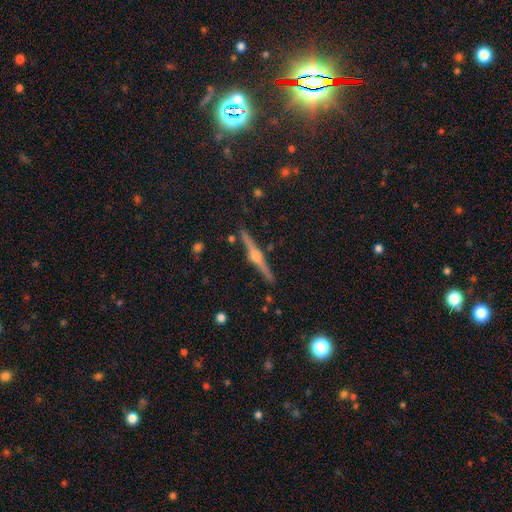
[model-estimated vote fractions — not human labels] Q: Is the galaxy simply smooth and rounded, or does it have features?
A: featured or disk — 84%.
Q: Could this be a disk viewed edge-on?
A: yes — 98%.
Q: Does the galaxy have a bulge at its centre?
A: rounded — 93%.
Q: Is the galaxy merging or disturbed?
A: none — 91%.